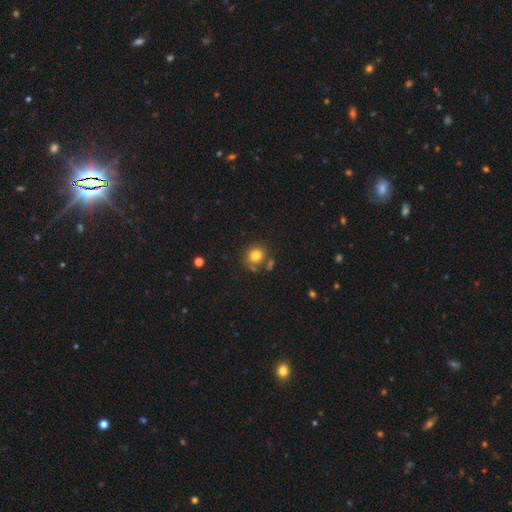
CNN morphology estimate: type=smooth (79%); roundness=round (82%); merging=none (71%).